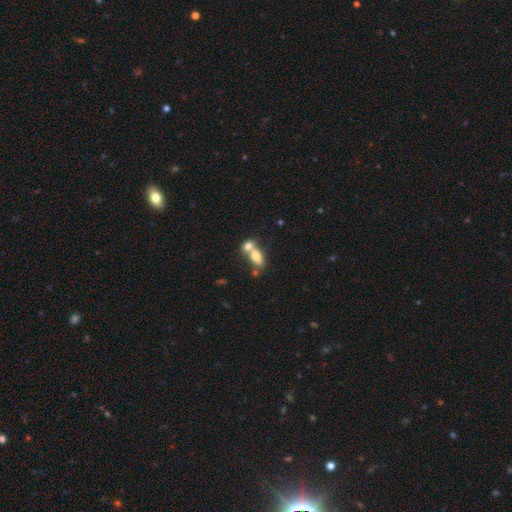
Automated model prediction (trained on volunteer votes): smooth 75%, featured or disk 16%, star or artifact 9%. Down the decision tree: how rounded — in between (84%); merging — merger (63%).